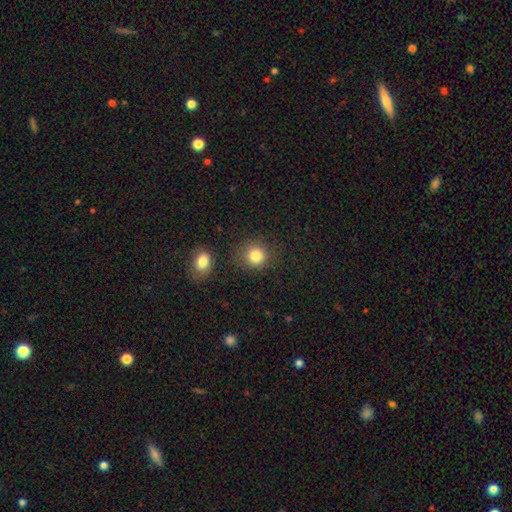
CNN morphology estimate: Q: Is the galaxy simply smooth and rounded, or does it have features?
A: smooth — 84%.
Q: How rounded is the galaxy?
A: round — 87%.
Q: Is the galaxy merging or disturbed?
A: none — 81%.